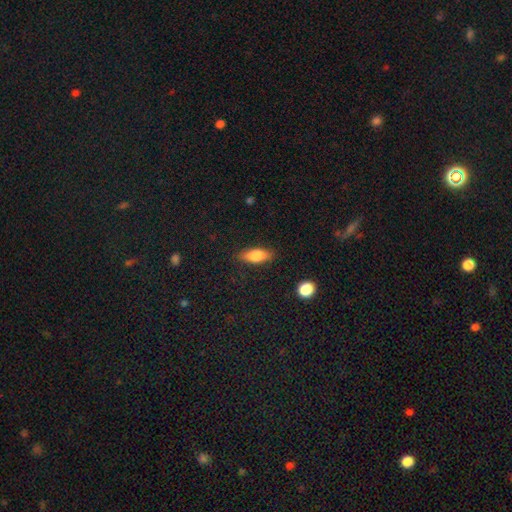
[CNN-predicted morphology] Smooth or featured: smooth — 77% (featured or disk — 16%)
How rounded: in between — 73% (cigar-shaped — 24%)
Merging: none — 85% (minor disturbance — 11%)